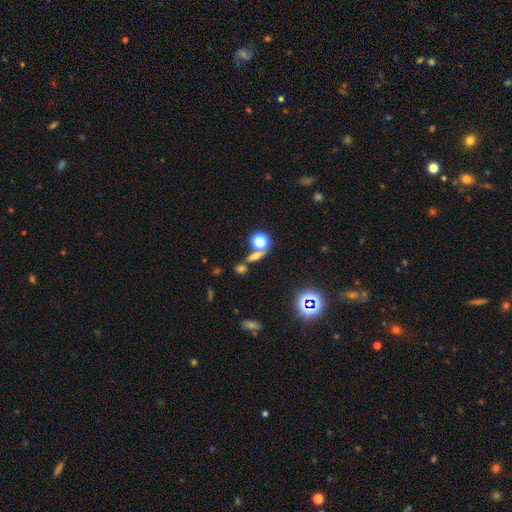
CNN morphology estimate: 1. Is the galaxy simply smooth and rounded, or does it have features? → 50% smooth, 32% star or artifact, 19% featured or disk.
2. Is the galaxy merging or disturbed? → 59% none, 25% merger, 10% minor disturbance, 6% major disturbance.